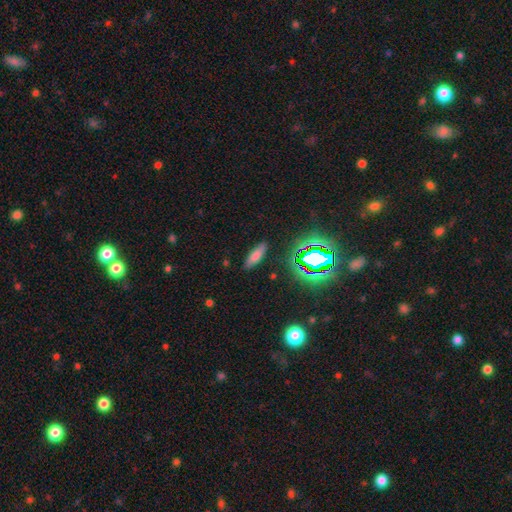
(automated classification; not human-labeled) smooth-or-featured: smooth: 69% | star or artifact: 17% | featured or disk: 14%
  how-rounded: cigar-shaped: 49% | in between: 48% | round: 3%
  merging: none: 85% | minor disturbance: 10% | major disturbance: 3% | merger: 2%